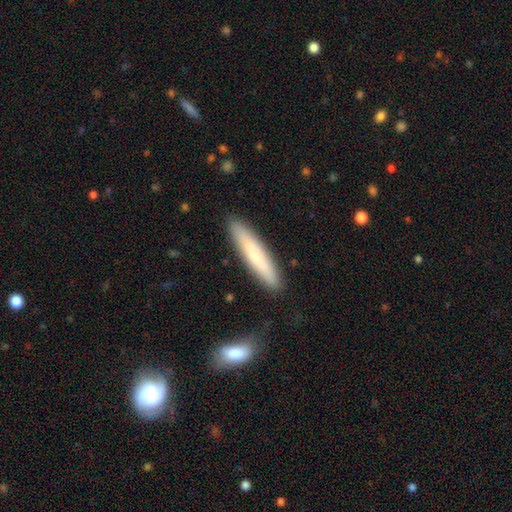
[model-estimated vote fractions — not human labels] smooth_or_featured: smooth (p=0.72) [alt: featured or disk p=0.22]
how_rounded: cigar-shaped (p=0.90) [alt: in between p=0.09]
merging: none (p=0.87) [alt: minor disturbance p=0.09]